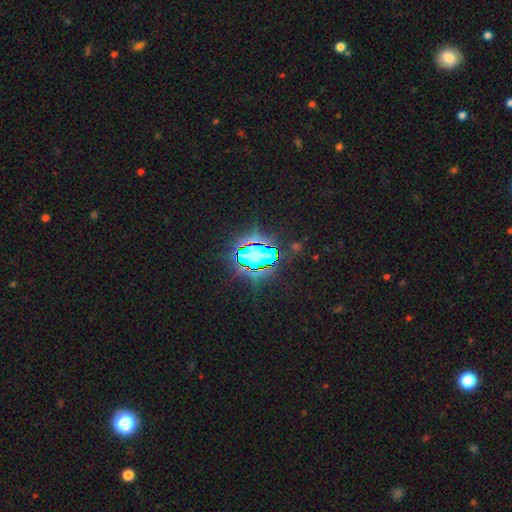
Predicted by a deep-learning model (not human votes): Smooth or featured? star or artifact (71%)